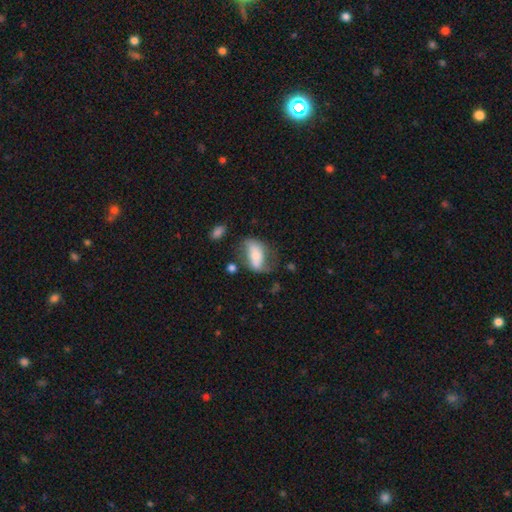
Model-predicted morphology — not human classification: Smooth or featured?
  - smooth: 50% *
  - featured or disk: 43%
  - star or artifact: 7%
Merging?
  - none: 45% *
  - minor disturbance: 27%
  - major disturbance: 22%
  - merger: 6%